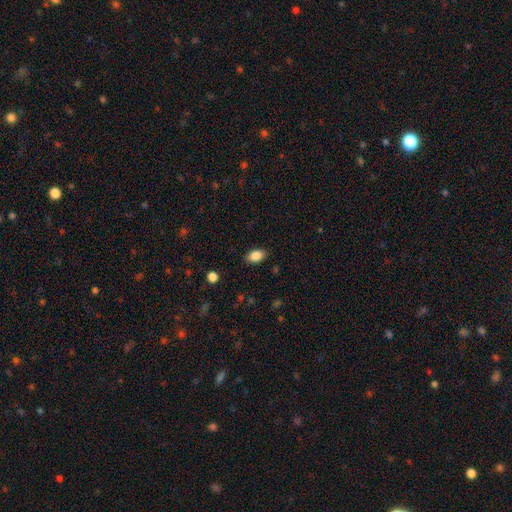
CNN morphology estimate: A smooth galaxy with no disk features (87%) that is in between round and cigar-shaped (87%). Merging: none (86%).